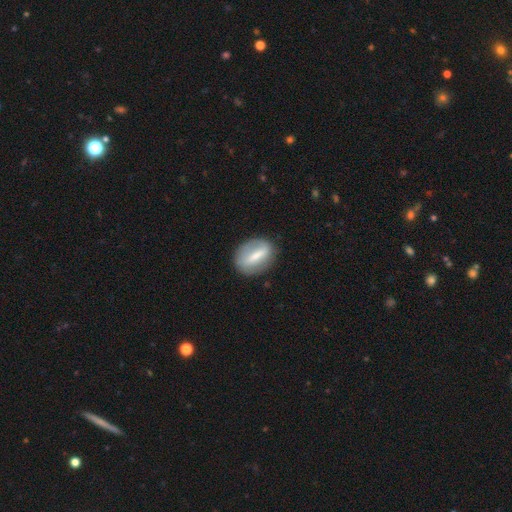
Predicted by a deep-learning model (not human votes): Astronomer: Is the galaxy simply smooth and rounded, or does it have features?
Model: featured or disk — 47% (runner-up: smooth, 46%).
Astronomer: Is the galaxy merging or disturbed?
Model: none — 78%.